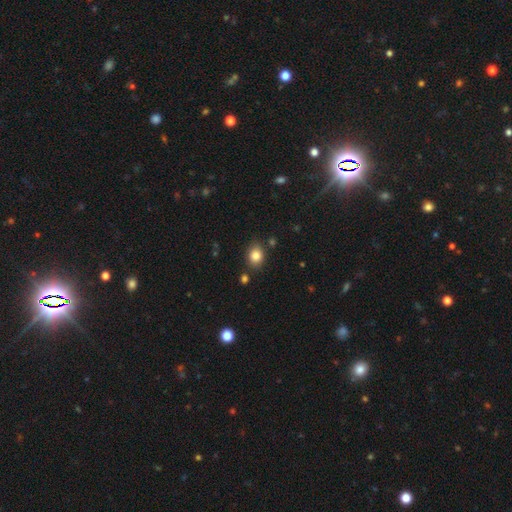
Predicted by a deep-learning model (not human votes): This appears to be a smooth galaxy with no disk features (83%) that is in between round and cigar-shaped (51%). Merging: none (82%).